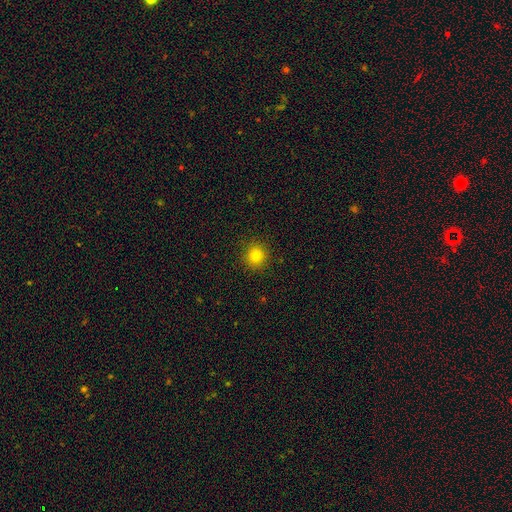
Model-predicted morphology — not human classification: Smooth or featured?
  - smooth: 80% *
  - star or artifact: 14%
  - featured or disk: 6%
How rounded?
  - round: 92% *
  - in between: 7%
  - cigar-shaped: 1%
Merging?
  - none: 91% *
  - minor disturbance: 6%
  - major disturbance: 2%
  - merger: 1%